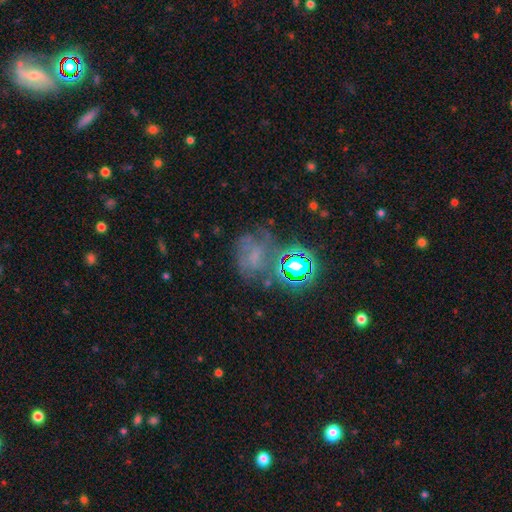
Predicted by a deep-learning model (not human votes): This is marginally a star or artifact rather than a galaxy (40%).